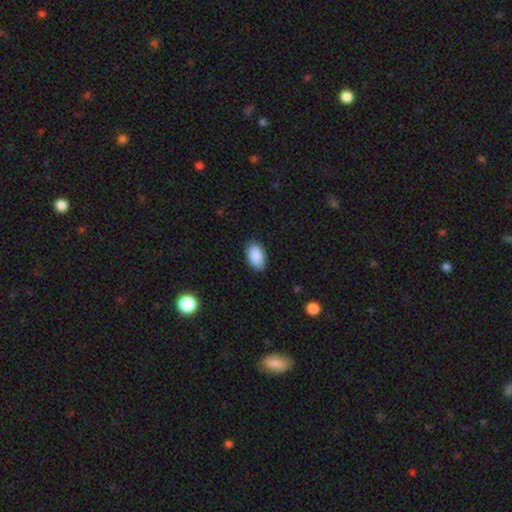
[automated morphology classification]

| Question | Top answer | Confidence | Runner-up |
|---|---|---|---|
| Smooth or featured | smooth | 91% | star or artifact (6%) |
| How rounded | in between | 94% | round (4%) |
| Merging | none | 87% | minor disturbance (10%) |